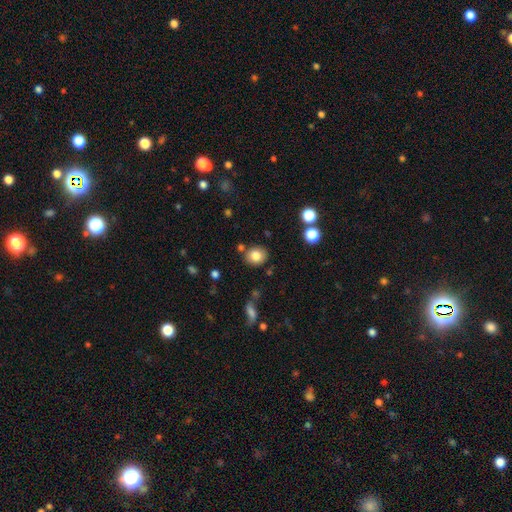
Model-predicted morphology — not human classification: type=smooth (81%); roundness=round (73%); merging=none (82%).